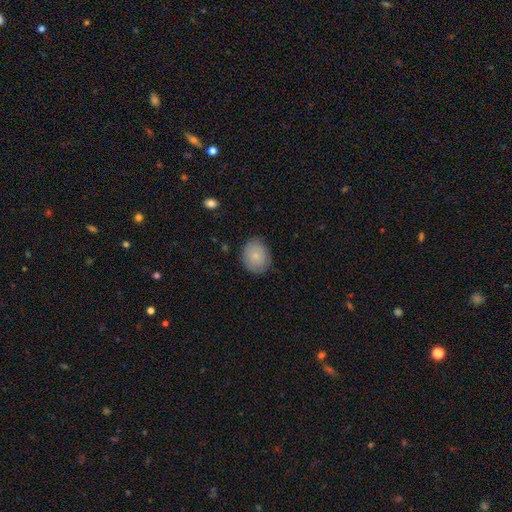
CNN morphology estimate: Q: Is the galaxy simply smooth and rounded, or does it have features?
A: smooth — 79%.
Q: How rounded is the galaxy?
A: round — 51%.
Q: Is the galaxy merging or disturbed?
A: none — 79%.